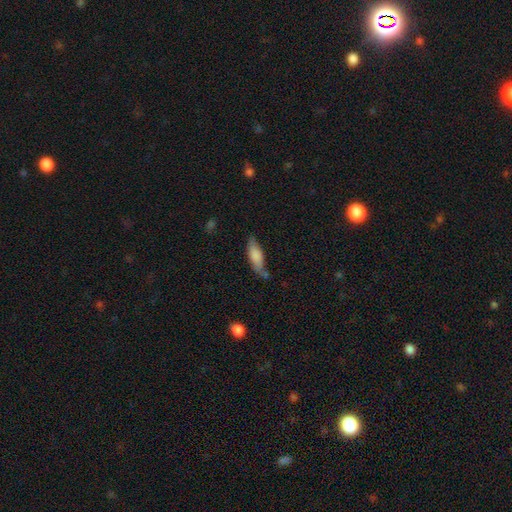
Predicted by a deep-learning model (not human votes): Smooth or featured?
  - smooth: 78% *
  - featured or disk: 16%
  - star or artifact: 6%
How rounded?
  - in between: 55% *
  - cigar-shaped: 43%
  - round: 2%
Merging?
  - none: 62% *
  - minor disturbance: 26%
  - merger: 7%
  - major disturbance: 6%